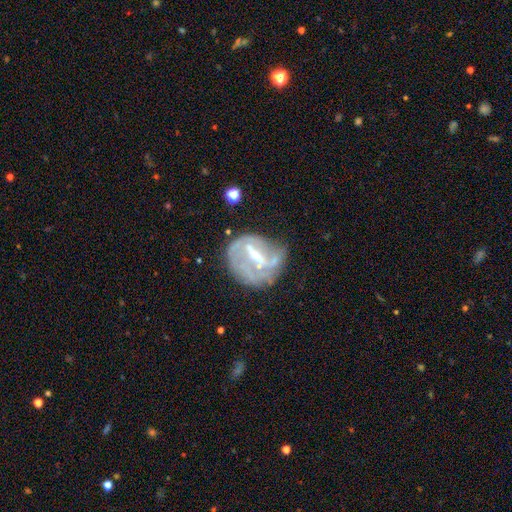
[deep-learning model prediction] Smooth or featured?
  - featured or disk: 71% *
  - smooth: 19%
  - star or artifact: 10%
Edge-on disk?
  - no: 95% *
  - yes: 5%
Bar?
  - strong: 46% *
  - weak: 37%
  - no: 17%
Spiral arms?
  - yes: 52% *
  - no: 48%
Bulge size?
  - moderate: 40% *
  - small: 37%
  - none: 18%
  - large: 4%
  - dominant: 1%
Merging?
  - none: 44% *
  - minor disturbance: 24%
  - major disturbance: 23%
  - merger: 9%